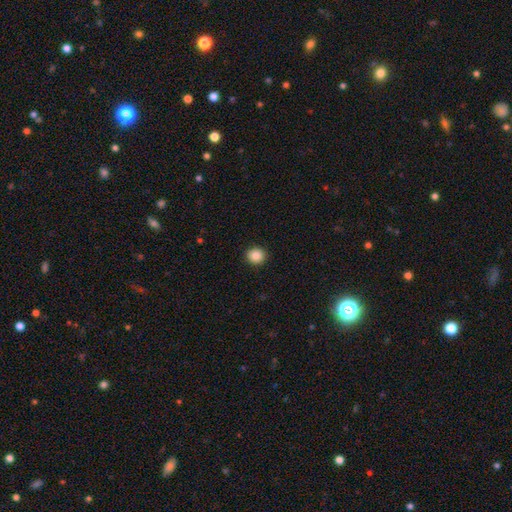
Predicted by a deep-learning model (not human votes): A smooth galaxy with no disk features (86%) that is round (87%).

Vote fractions:
- Smooth or featured? smooth: 86% / star or artifact: 10% / featured or disk: 4%
- How rounded? round: 87% / in between: 12% / cigar-shaped: 1%
- Merging? none: 92% / minor disturbance: 5% / major disturbance: 2% / merger: 1%